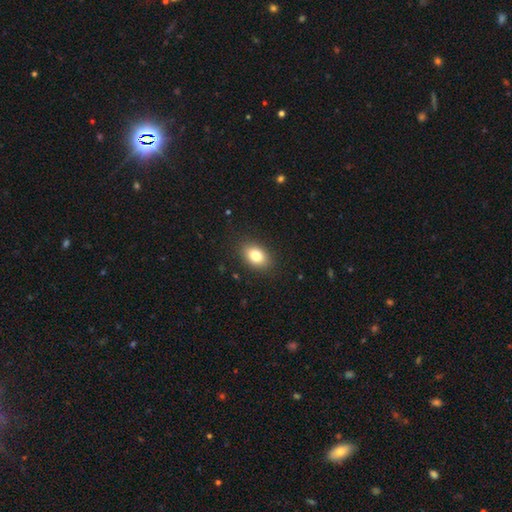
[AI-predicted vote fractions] A smooth galaxy with no disk features (82%) that is in between round and cigar-shaped (81%). Merging: none (88%).